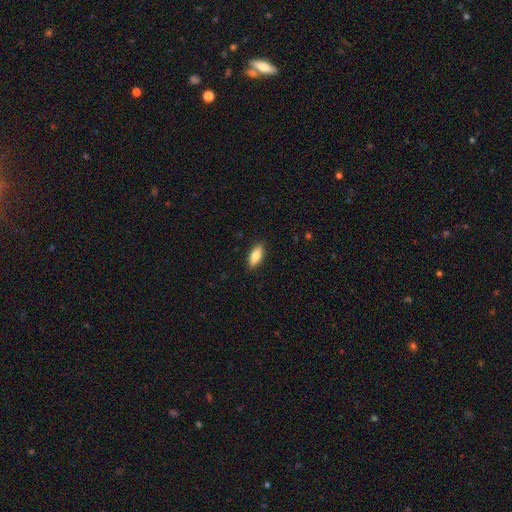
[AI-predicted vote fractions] Q: Smooth or featured?
A: smooth (80%); runner-up: featured or disk (14%)
Q: How rounded?
A: in between (76%); runner-up: cigar-shaped (22%)
Q: Merging?
A: none (88%); runner-up: minor disturbance (9%)